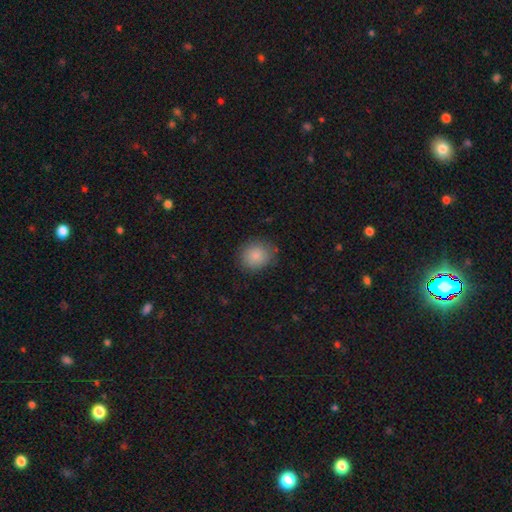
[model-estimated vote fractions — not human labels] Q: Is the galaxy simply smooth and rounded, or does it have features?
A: smooth — 86%.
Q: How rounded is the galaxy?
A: round — 78%.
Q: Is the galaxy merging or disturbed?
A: none — 82%.